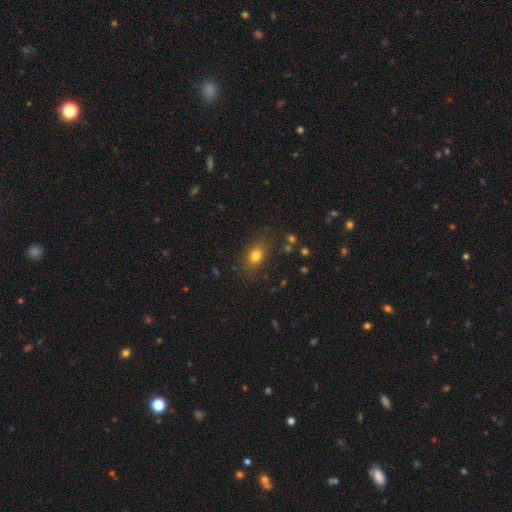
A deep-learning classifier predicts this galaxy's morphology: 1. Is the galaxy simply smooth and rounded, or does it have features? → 79% smooth, 12% star or artifact, 9% featured or disk.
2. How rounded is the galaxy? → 73% in between, 25% round, 2% cigar-shaped.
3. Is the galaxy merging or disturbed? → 81% none, 13% minor disturbance, 4% major disturbance, 2% merger.